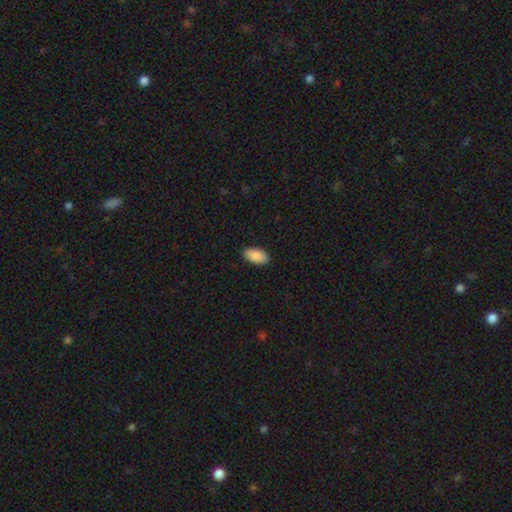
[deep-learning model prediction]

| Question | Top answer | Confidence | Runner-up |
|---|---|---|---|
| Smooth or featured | smooth | 90% | star or artifact (6%) |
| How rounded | in between | 95% | cigar-shaped (3%) |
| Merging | none | 90% | minor disturbance (7%) |